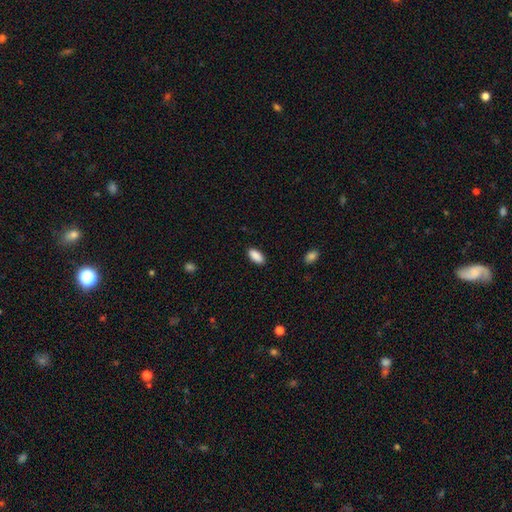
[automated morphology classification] This appears to be a smooth galaxy with no disk features (90%) that is in between round and cigar-shaped (89%). Merging: none (88%).